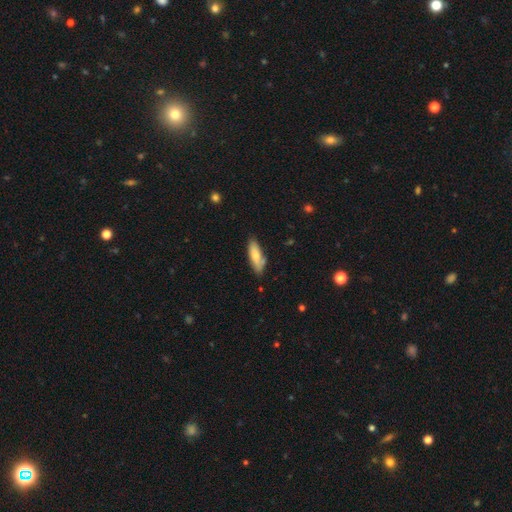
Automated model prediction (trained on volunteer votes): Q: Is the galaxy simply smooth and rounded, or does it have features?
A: smooth — 68%.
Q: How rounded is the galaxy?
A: in between — 56%.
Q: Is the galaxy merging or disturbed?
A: none — 71%.